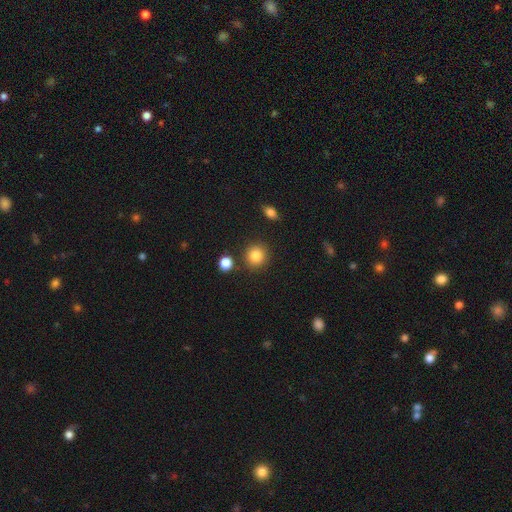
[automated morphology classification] Smooth or featured: smooth — 85% (star or artifact — 10%)
How rounded: round — 90% (in between — 9%)
Merging: none — 86% (minor disturbance — 7%)